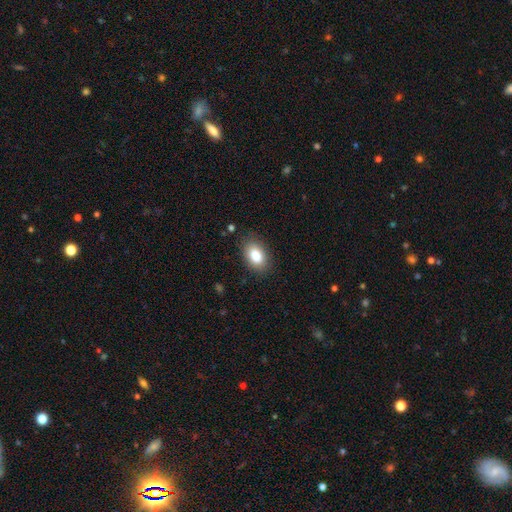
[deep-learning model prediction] smooth-or-featured: smooth: 85% | star or artifact: 8% | featured or disk: 7%
  how-rounded: in between: 89% | round: 9% | cigar-shaped: 1%
  merging: none: 83% | minor disturbance: 12% | major disturbance: 3% | merger: 1%